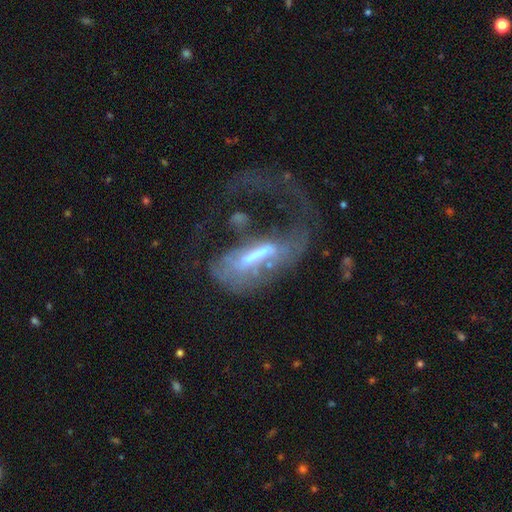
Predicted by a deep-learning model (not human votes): Smooth or featured: featured or disk — 63% (smooth — 27%)
Edge-on disk: no — 81% (yes — 19%)
Bar: strong — 55% (weak — 26%)
Spiral arms: no — 55% (yes — 45%)
Bulge size: moderate — 39% (small — 23%)
Merging: major disturbance — 63% (none — 17%)